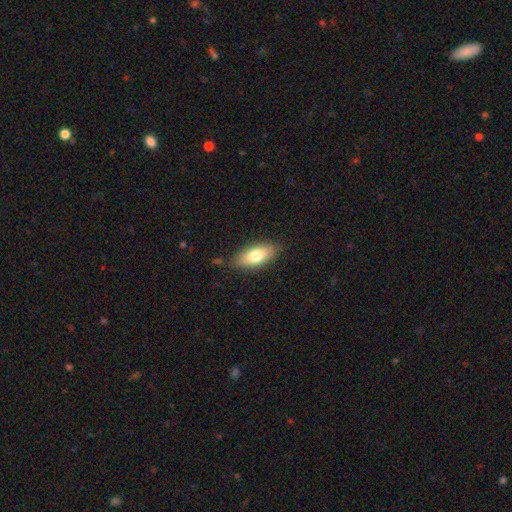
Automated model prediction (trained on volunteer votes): A smooth galaxy with no disk features (76%) that is in between round and cigar-shaped (81%). Merging: none (82%).